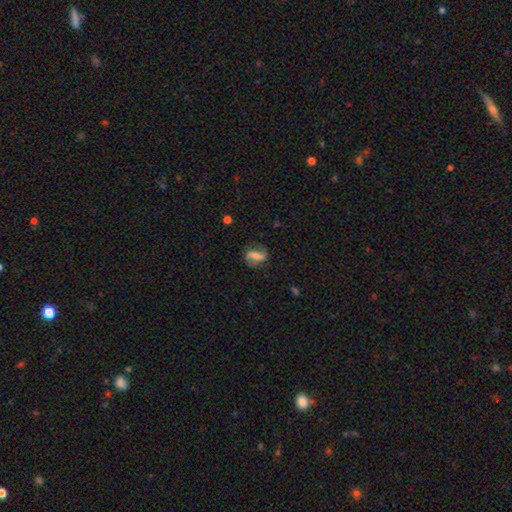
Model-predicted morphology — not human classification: Smooth or featured? Predicted: featured or disk (p=0.62). Edge-on disk? Predicted: no (p=0.94). Bar? Predicted: strong (p=0.47). Spiral arms? Predicted: yes (p=0.83). Bulge size? Predicted: small (p=0.38, tied with moderate). Merging? Predicted: none (p=0.73).